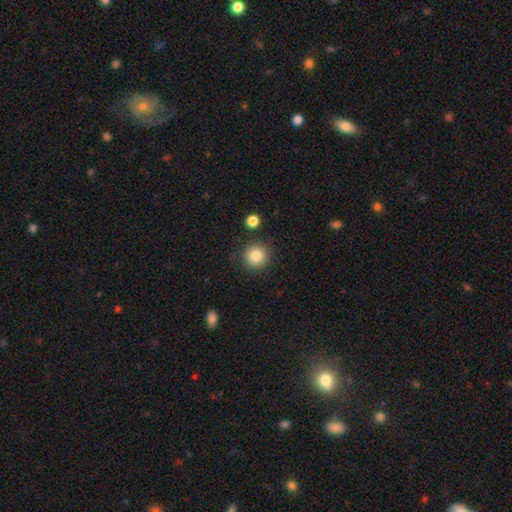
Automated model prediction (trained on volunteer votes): Smooth or featured? Predicted: smooth (p=0.85). How rounded? Predicted: round (p=0.95). Merging? Predicted: none (p=0.87).